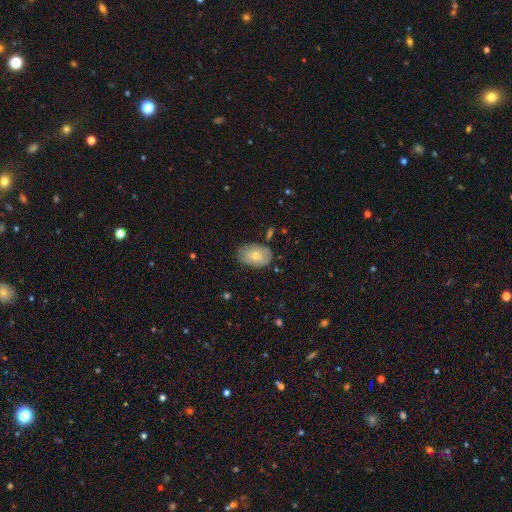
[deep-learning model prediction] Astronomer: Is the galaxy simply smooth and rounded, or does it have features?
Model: smooth — 62%.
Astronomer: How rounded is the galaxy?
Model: in between — 87%.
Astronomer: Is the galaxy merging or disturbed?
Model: none — 72%.